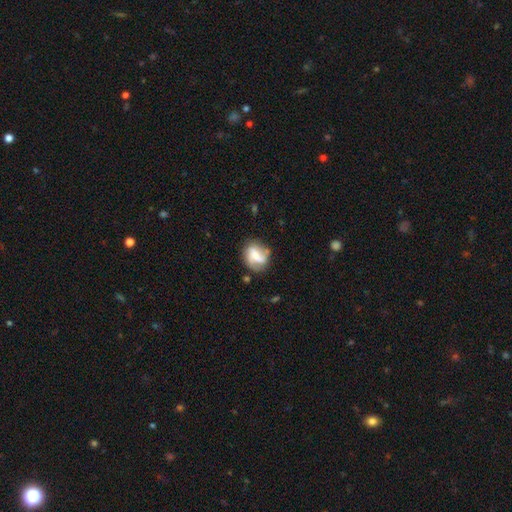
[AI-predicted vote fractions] Smooth or featured: featured or disk — 53% (smooth — 39%)
Edge-on disk: no — 97% (yes — 3%)
Bar: no — 37% (weak — 36%)
Spiral arms: yes — 75% (no — 25%)
Bulge size: none — 30% (small — 25%)
Merging: none — 56% (minor disturbance — 24%)